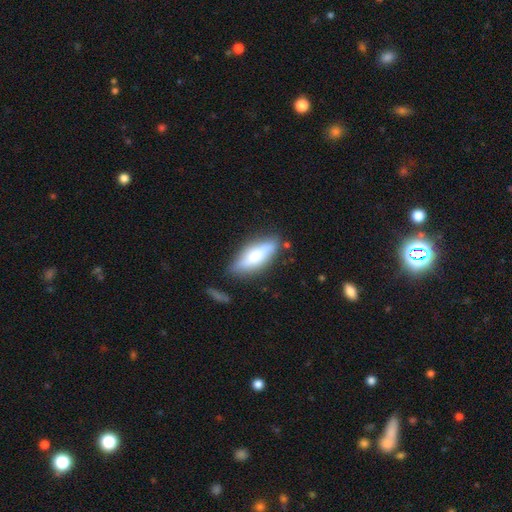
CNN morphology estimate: Smooth or featured: smooth — 58% (featured or disk — 35%)
How rounded: in between — 54% (cigar-shaped — 43%)
Merging: none — 75% (minor disturbance — 17%)